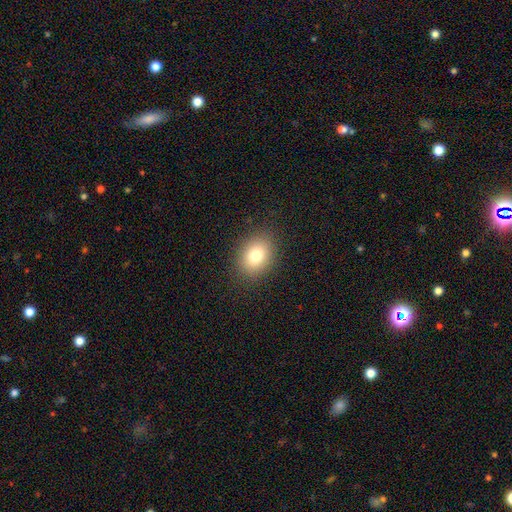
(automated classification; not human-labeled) Smooth or featured? Predicted: smooth (p=0.79). How rounded? Predicted: in between (p=0.60). Merging? Predicted: none (p=0.87).